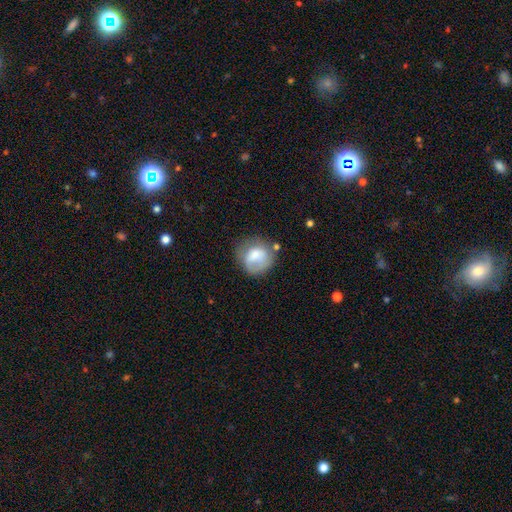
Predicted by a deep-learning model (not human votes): smooth 69%, featured or disk 24%, star or artifact 8%. Down the decision tree: how rounded — round (77%); merging — none (51%).